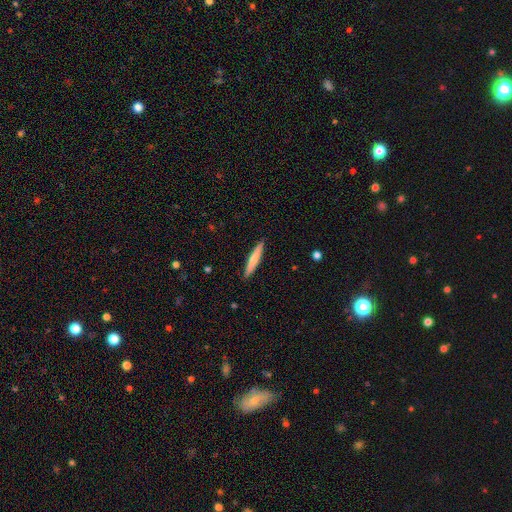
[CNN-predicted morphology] This appears to be a smooth galaxy with no disk features (49%). Merging: none (88%).